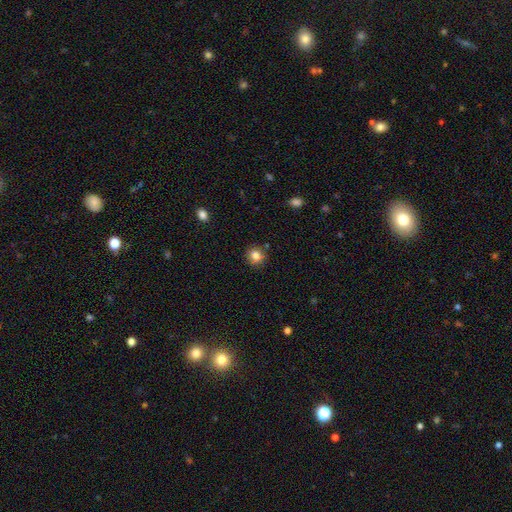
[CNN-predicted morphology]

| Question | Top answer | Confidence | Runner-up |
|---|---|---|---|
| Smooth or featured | smooth | 81% | star or artifact (11%) |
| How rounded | round | 79% | in between (20%) |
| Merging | none | 81% | minor disturbance (11%) |